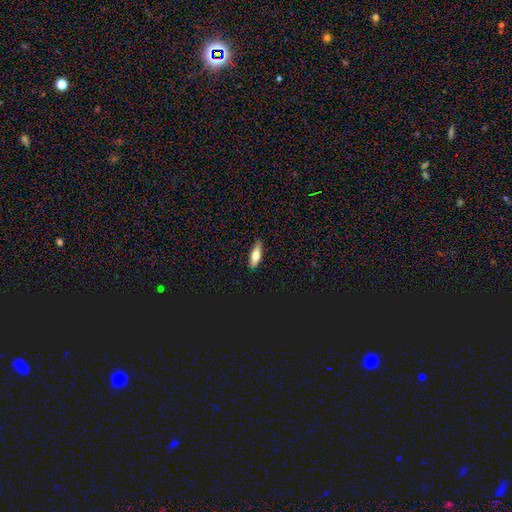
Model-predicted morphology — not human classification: A smooth galaxy with no disk features (70%) that is in between round and cigar-shaped (58%).

Vote fractions:
- Smooth or featured? smooth: 70% / featured or disk: 22% / star or artifact: 8%
- How rounded? in between: 58% / cigar-shaped: 39% / round: 3%
- Merging? none: 85% / minor disturbance: 12% / major disturbance: 2% / merger: 1%